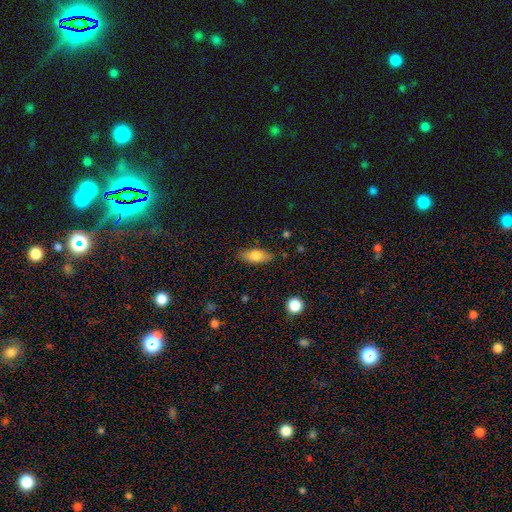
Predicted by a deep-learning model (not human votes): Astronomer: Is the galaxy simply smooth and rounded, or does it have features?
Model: smooth — 77%.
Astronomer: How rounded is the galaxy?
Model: in between — 80%.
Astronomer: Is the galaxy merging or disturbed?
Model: none — 85%.